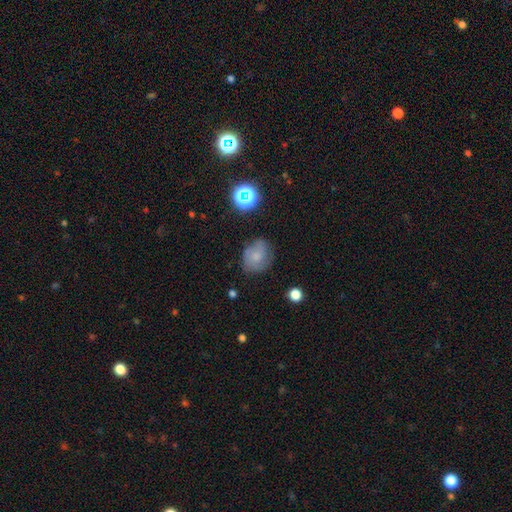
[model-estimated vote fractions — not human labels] smooth_or_featured: smooth (p=0.64) [alt: featured or disk p=0.23]
how_rounded: round (p=0.54) [alt: in between p=0.45]
merging: none (p=0.61) [alt: minor disturbance p=0.26]